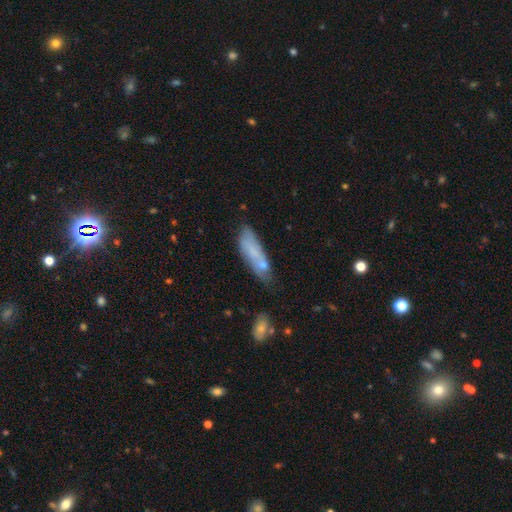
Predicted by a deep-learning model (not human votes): A smooth galaxy with no disk features (60%) that is cigar-shaped (58%). Merging: none (54%).